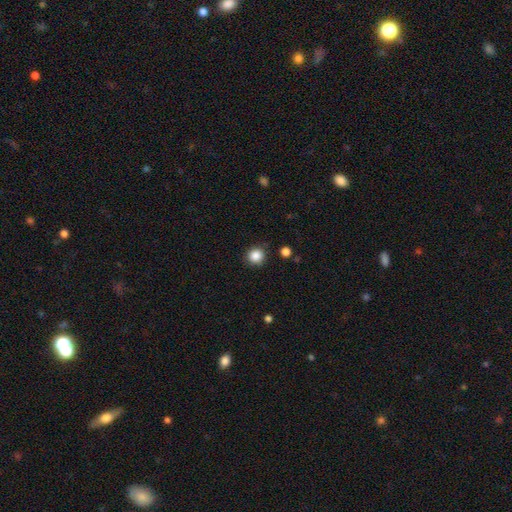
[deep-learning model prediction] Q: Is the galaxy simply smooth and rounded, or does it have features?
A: smooth — 86%.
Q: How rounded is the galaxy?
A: round — 92%.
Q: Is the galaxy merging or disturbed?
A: none — 87%.